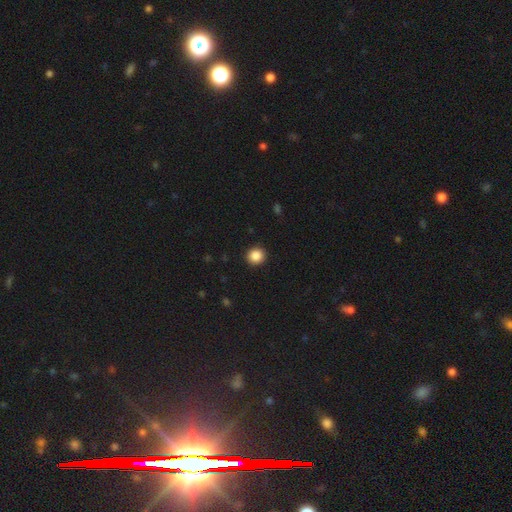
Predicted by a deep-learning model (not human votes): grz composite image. It shows a smooth galaxy with no disk features (87%) that is round (90%). Merging: none (93%).